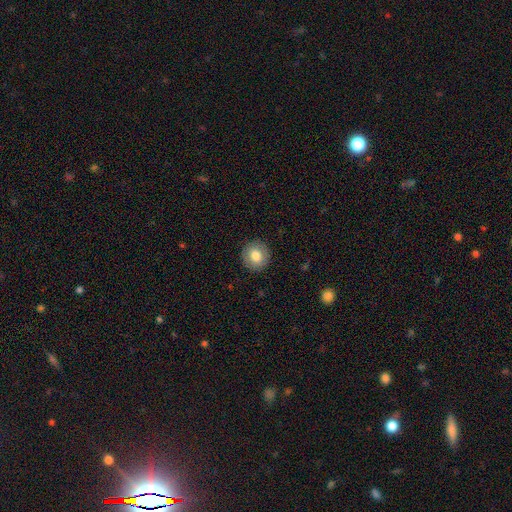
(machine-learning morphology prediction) This is likely a smooth galaxy (80%). How rounded: clearly round (90%). Merging: clearly none (91%).